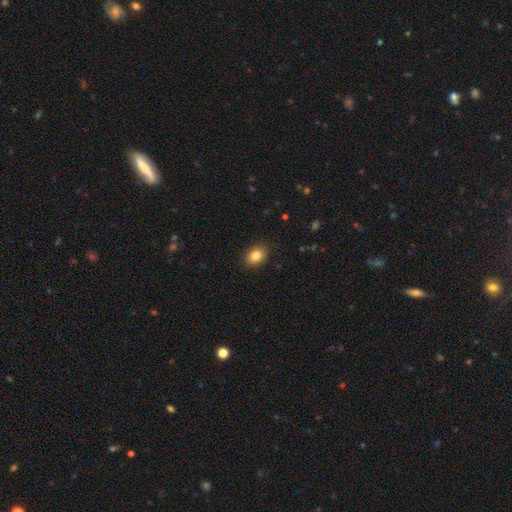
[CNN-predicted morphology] smooth-or-featured: smooth: 85% | star or artifact: 9% | featured or disk: 6%
  how-rounded: in between: 68% | round: 31% | cigar-shaped: 1%
  merging: none: 88% | minor disturbance: 9% | major disturbance: 2% | merger: 1%